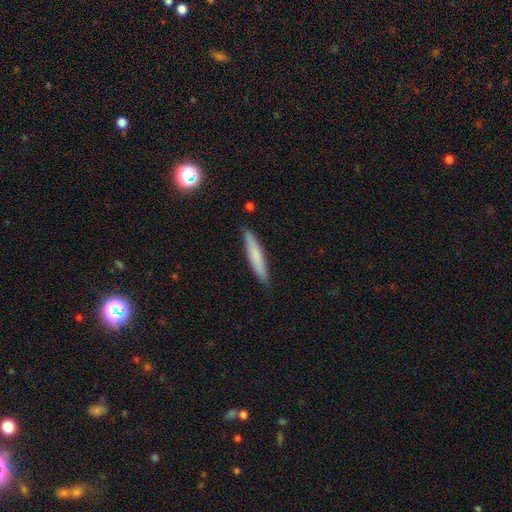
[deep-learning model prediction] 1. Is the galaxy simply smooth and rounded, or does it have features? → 73% smooth, 21% featured or disk, 6% star or artifact.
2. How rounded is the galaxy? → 92% cigar-shaped, 7% in between, 1% round.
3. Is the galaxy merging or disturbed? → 87% none, 10% minor disturbance, 2% major disturbance, 1% merger.